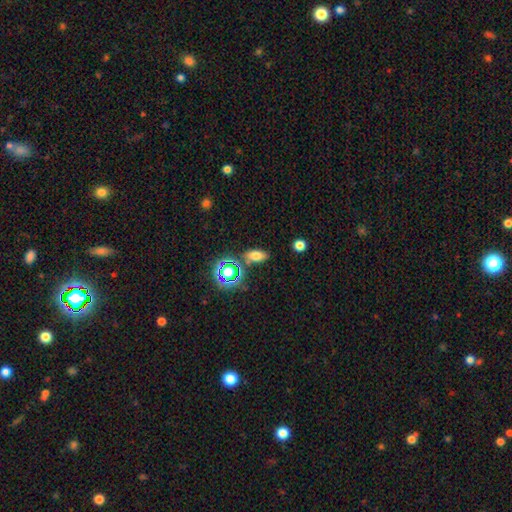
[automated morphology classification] smooth_or_featured: smooth (p=0.68) [alt: star or artifact p=0.20]
how_rounded: in between (p=0.80) [alt: cigar-shaped p=0.11]
merging: none (p=0.77) [alt: minor disturbance p=0.13]